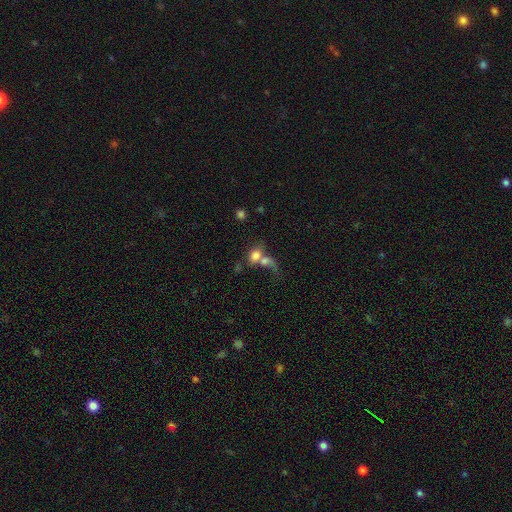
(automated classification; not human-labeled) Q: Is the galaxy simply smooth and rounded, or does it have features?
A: smooth — 69%.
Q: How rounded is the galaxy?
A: in between — 63%.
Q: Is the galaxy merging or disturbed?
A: merger — 68%.